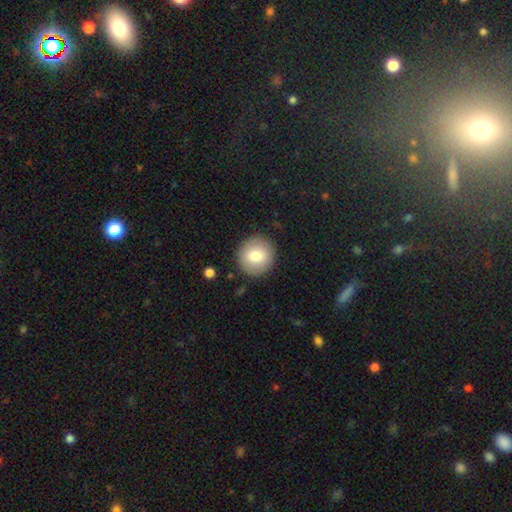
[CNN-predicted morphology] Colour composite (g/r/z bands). It shows a smooth galaxy with no disk features (80%) that is round (94%). Merging: none (89%).